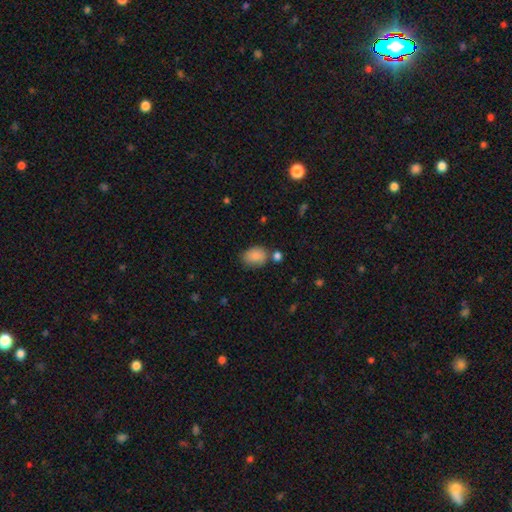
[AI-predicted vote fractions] Smooth or featured? smooth (85%)
How rounded? in between (66%)
Merging? none (66%)